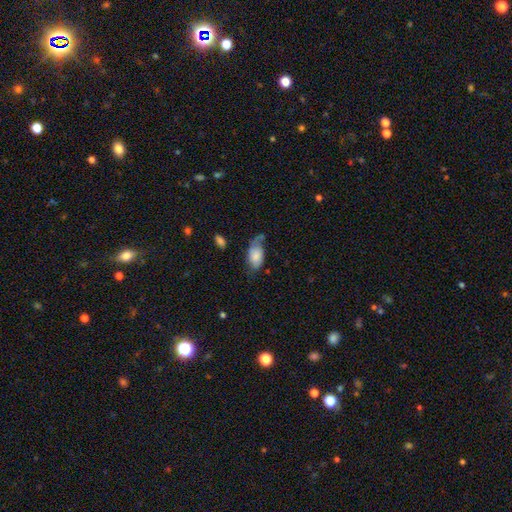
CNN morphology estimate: Overall: smooth (62%; featured or disk 30%). How rounded: in between (93%). Merging: none (35%; minor disturbance 33%).